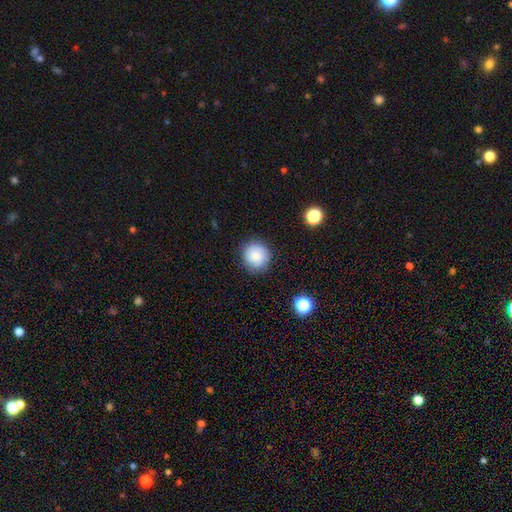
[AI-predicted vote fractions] A smooth galaxy with no disk features (85%) that is round (92%).

Vote fractions:
- Smooth or featured? smooth: 85% / star or artifact: 9% / featured or disk: 6%
- How rounded? round: 92% / in between: 7% / cigar-shaped: 1%
- Merging? none: 88% / minor disturbance: 8% / major disturbance: 2% / merger: 1%